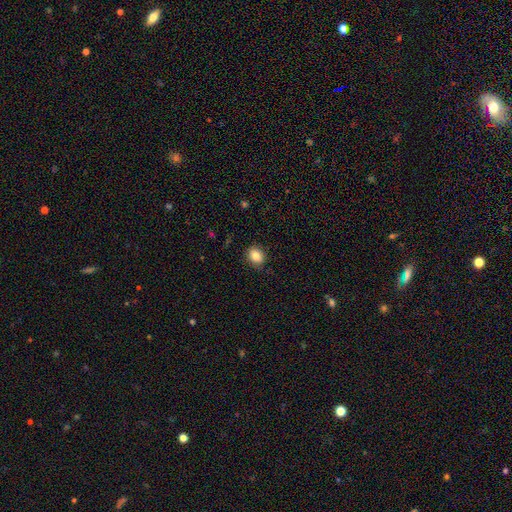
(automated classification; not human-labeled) This appears to be a smooth galaxy with no disk features (85%) that is round (55%). Merging: none (86%).